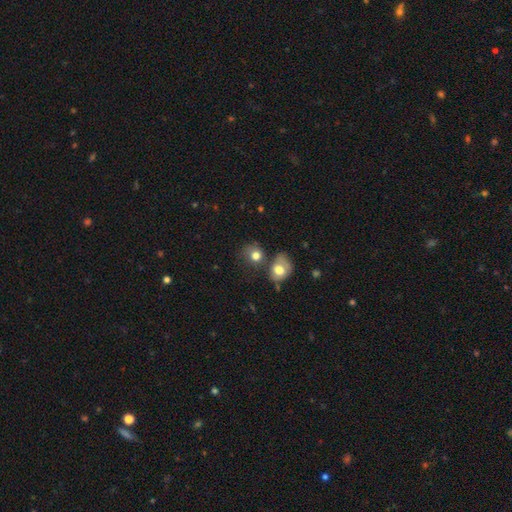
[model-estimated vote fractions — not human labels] smooth-or-featured: smooth: 77% | featured or disk: 13% | star or artifact: 11%
  how-rounded: round: 73% | in between: 26% | cigar-shaped: 1%
  merging: none: 44% | merger: 28% | minor disturbance: 17% | major disturbance: 10%